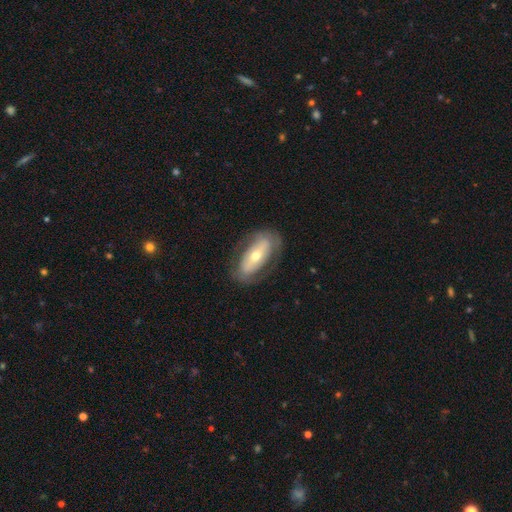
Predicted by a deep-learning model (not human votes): A featured or disk galaxy (55%).

Vote fractions:
- Smooth or featured? featured or disk: 55% / smooth: 38% / star or artifact: 6%
- Edge-on disk? no: 83% / yes: 17%
- Merging? none: 74% / minor disturbance: 16% / major disturbance: 8% / merger: 1%